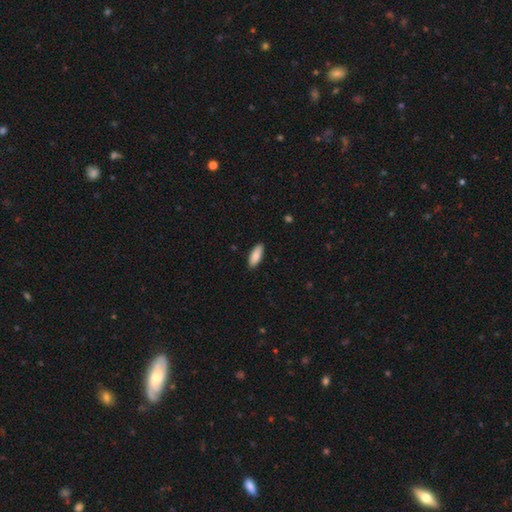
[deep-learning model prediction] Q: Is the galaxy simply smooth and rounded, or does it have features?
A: smooth — 87%.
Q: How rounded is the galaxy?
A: in between — 73%.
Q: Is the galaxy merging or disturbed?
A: none — 89%.